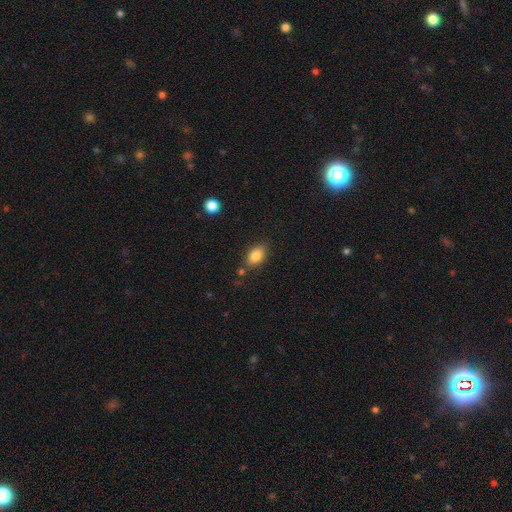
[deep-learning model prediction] This is clearly a smooth galaxy (84%). How rounded: clearly in between (85%). Merging: likely none (77%).